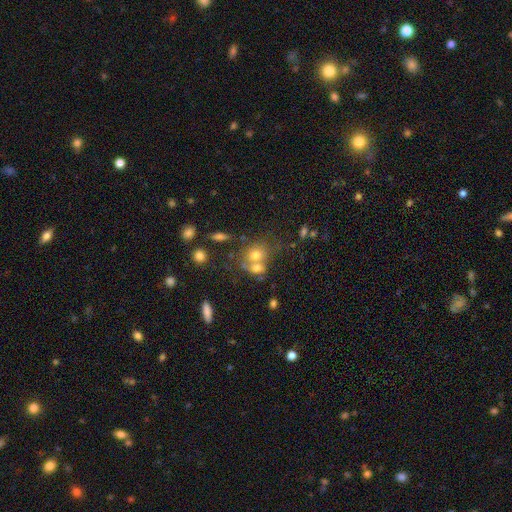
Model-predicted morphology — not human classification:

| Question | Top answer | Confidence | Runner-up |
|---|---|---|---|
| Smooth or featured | smooth | 66% | featured or disk (19%) |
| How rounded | round | 60% | in between (39%) |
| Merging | merger | 49% | none (35%) |